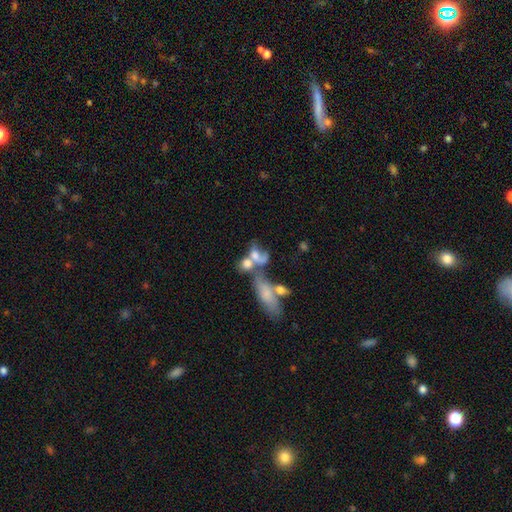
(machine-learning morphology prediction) Smooth or featured: smooth — 55% (featured or disk — 33%)
How rounded: in between — 63% (round — 26%)
Merging: merger — 59% (none — 18%)